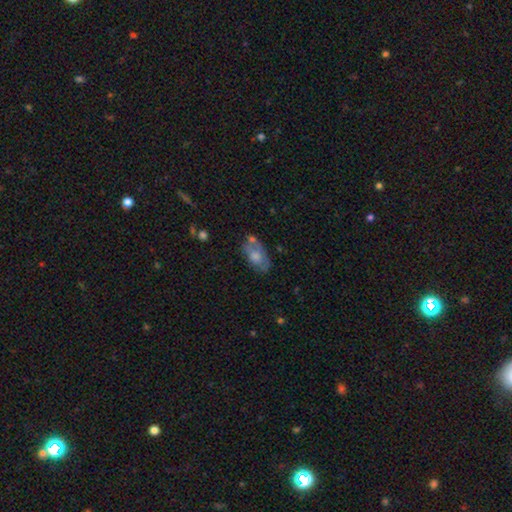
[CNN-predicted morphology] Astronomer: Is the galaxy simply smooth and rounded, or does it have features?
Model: smooth — 59% (runner-up: featured or disk, 34%).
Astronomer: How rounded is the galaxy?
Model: in between — 91%.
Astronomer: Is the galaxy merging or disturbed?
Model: none — 49% (runner-up: minor disturbance, 27%).